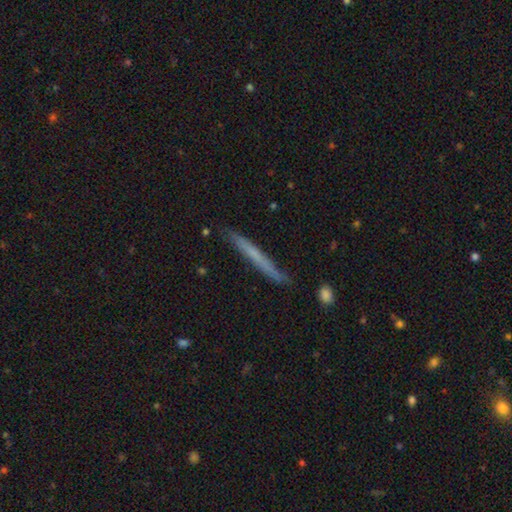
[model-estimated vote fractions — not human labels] Morphology: type=smooth (49%); merging=none (86%).